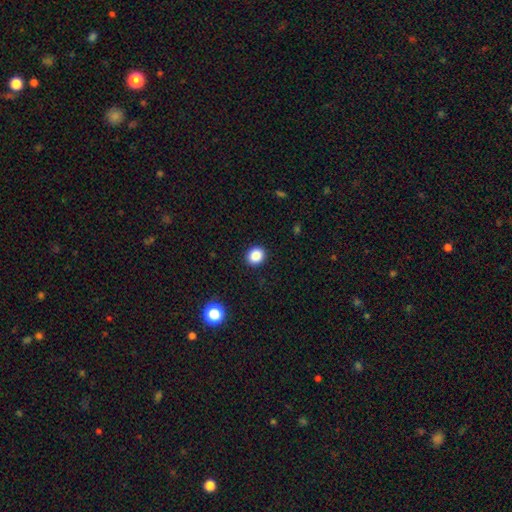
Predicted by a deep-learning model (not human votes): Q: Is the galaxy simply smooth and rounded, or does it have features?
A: smooth — 87%.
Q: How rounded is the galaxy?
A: round — 72%.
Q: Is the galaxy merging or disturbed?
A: none — 91%.